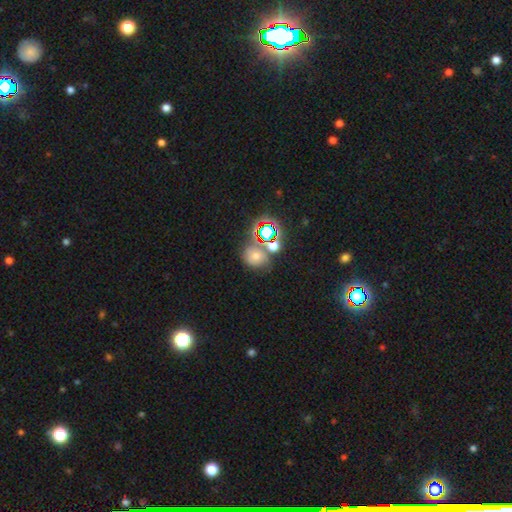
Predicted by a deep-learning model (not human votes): smooth-or-featured: smooth: 41% | star or artifact: 39% | featured or disk: 20%
  merging: none: 56% | merger: 20% | minor disturbance: 15% | major disturbance: 9%